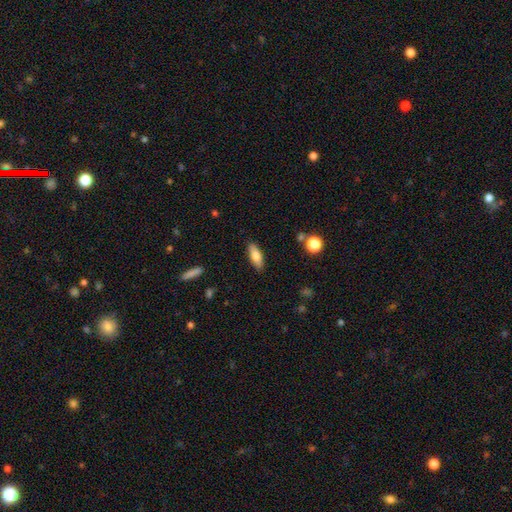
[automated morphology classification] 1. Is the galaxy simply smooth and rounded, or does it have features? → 76% smooth, 17% featured or disk, 7% star or artifact.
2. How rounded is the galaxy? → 68% in between, 30% cigar-shaped, 2% round.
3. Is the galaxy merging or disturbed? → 86% none, 10% minor disturbance, 2% major disturbance, 1% merger.